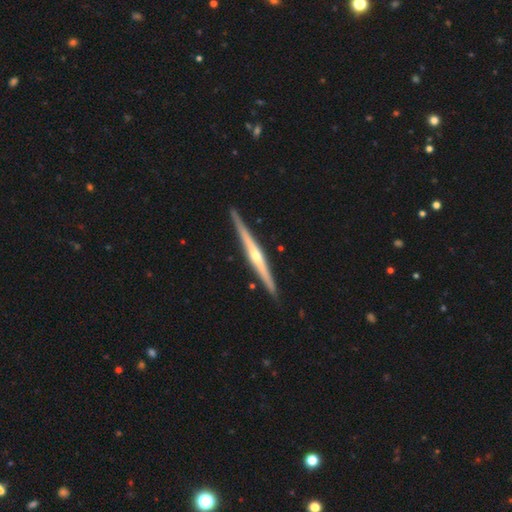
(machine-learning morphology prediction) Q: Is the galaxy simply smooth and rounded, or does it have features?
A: featured or disk — 83%.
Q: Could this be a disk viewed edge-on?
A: yes — 98%.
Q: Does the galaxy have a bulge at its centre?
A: rounded — 81%.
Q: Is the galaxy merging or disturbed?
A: none — 91%.